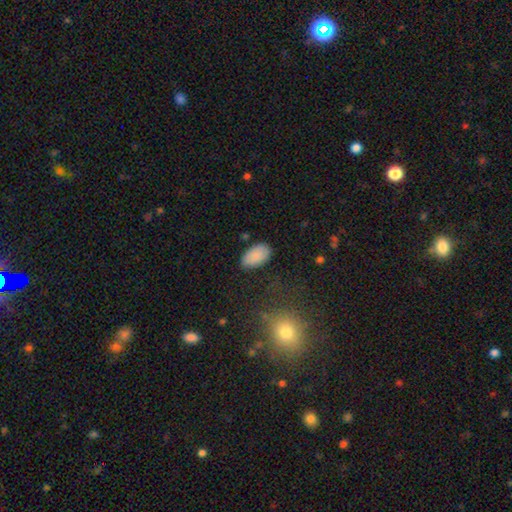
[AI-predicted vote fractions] smooth 86%, star or artifact 8%, featured or disk 7%. Down the decision tree: how rounded — in between (94%); merging — none (79%).